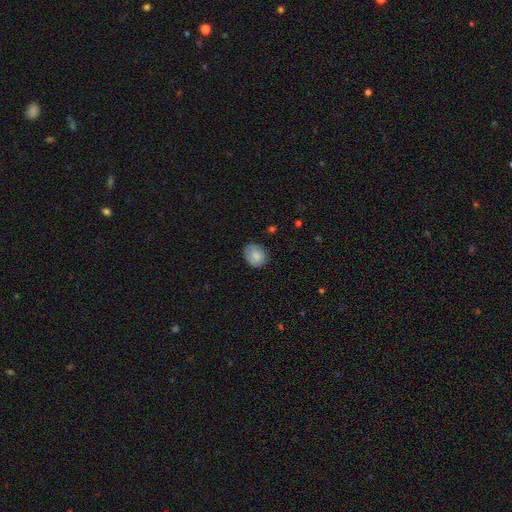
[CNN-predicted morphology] Smooth or featured? smooth (86%)
How rounded? round (64%)
Merging? none (76%)